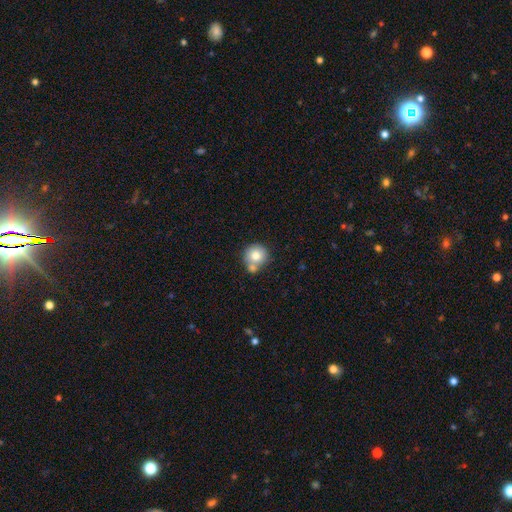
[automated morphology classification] This appears to be a smooth galaxy with no disk features (77%) that is round (90%). Merging: none (54%).